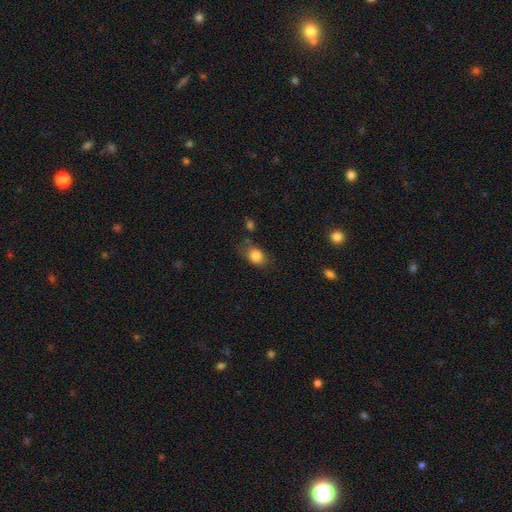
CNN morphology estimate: smooth_or_featured: smooth (p=0.83) [alt: star or artifact p=0.09]
how_rounded: in between (p=0.73) [alt: round p=0.25]
merging: none (p=0.63) [alt: minor disturbance p=0.24]